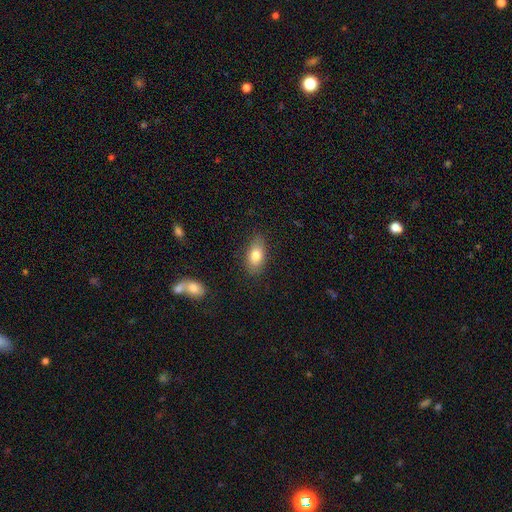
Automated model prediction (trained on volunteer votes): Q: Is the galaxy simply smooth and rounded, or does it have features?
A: smooth — 79%.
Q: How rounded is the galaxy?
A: in between — 88%.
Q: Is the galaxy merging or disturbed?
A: none — 82%.